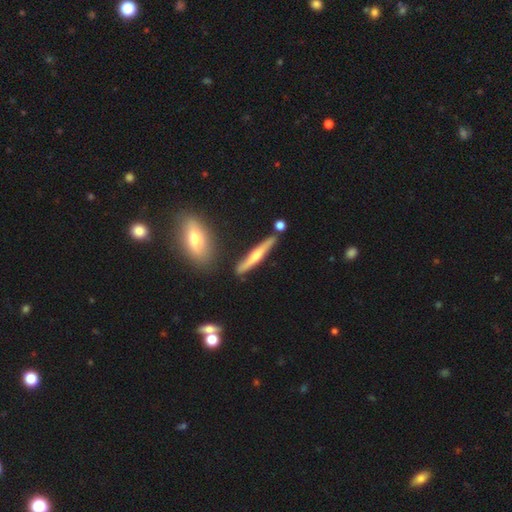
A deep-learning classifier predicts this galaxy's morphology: smooth-or-featured: featured or disk: 57% | smooth: 37% | star or artifact: 6%
  disk-edge-on: yes: 94% | no: 6%
    edge-on-bulge: rounded: 75% | none: 17% | boxy: 8%
  merging: none: 80% | minor disturbance: 11% | merger: 6% | major disturbance: 2%